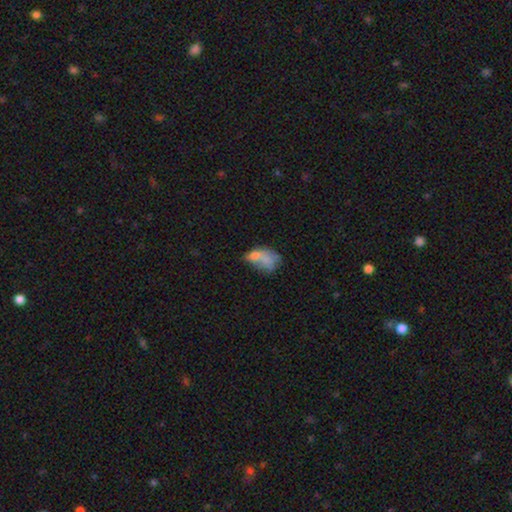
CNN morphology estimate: A smooth galaxy with no disk features (62%) that is in between round and cigar-shaped (81%).

Vote fractions:
- Smooth or featured? smooth: 62% / featured or disk: 27% / star or artifact: 12%
- How rounded? in between: 81% / round: 16% / cigar-shaped: 3%
- Merging? merger: 30% / none: 25% / major disturbance: 23% / minor disturbance: 21%